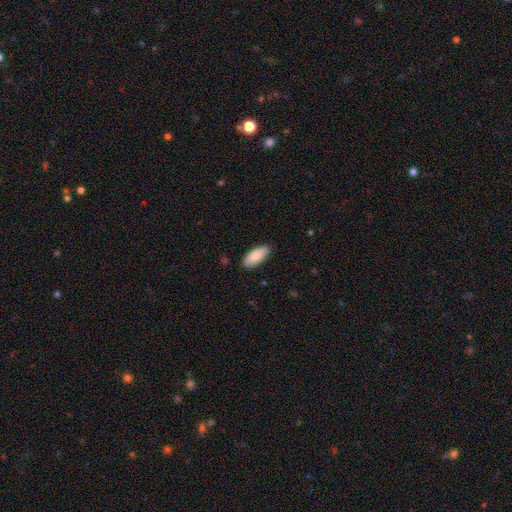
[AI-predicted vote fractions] Q: Smooth or featured?
A: smooth (84%); runner-up: featured or disk (10%)
Q: How rounded?
A: in between (85%); runner-up: cigar-shaped (13%)
Q: Merging?
A: none (87%); runner-up: minor disturbance (11%)